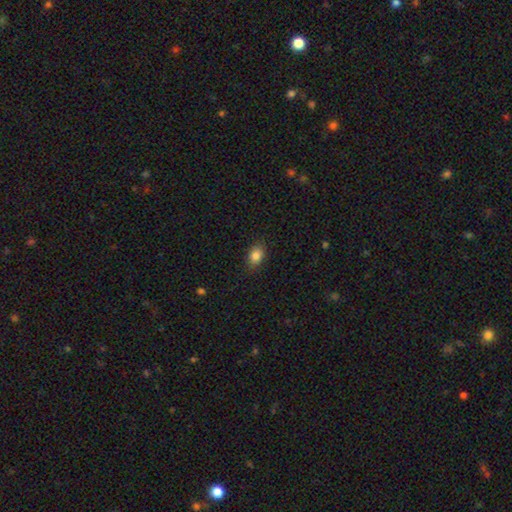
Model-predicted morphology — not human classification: Smooth or featured?
  - smooth: 85% *
  - star or artifact: 9%
  - featured or disk: 6%
How rounded?
  - in between: 77% *
  - round: 21%
  - cigar-shaped: 2%
Merging?
  - none: 85% *
  - minor disturbance: 11%
  - major disturbance: 2%
  - merger: 1%